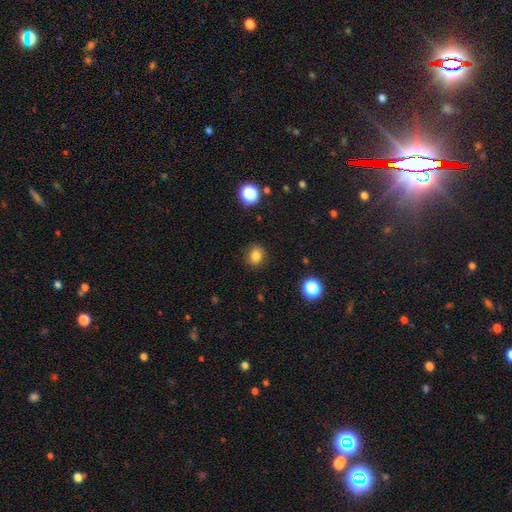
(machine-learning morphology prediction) Q: Smooth or featured?
A: smooth (82%); runner-up: star or artifact (13%)
Q: How rounded?
A: round (73%); runner-up: in between (26%)
Q: Merging?
A: none (88%); runner-up: minor disturbance (9%)